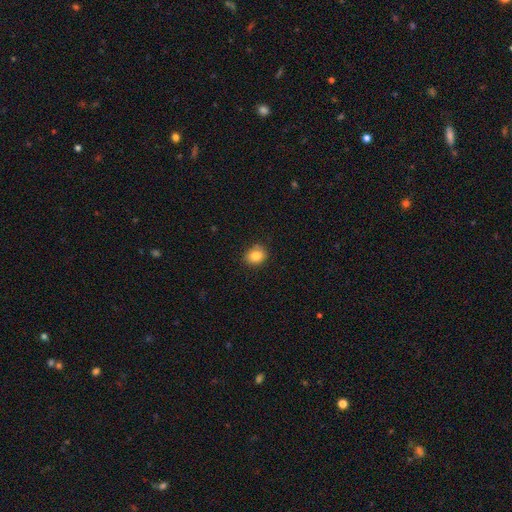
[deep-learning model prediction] smooth_or_featured: smooth (p=0.85) [alt: star or artifact p=0.09]
how_rounded: round (p=0.57) [alt: in between p=0.42]
merging: none (p=0.84) [alt: minor disturbance p=0.12]